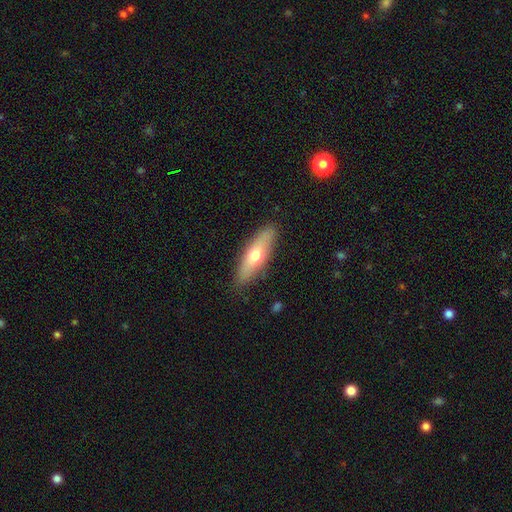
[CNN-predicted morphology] Smooth or featured? Predicted: smooth (p=0.59). How rounded? Predicted: cigar-shaped (p=0.57). Merging? Predicted: none (p=0.87).